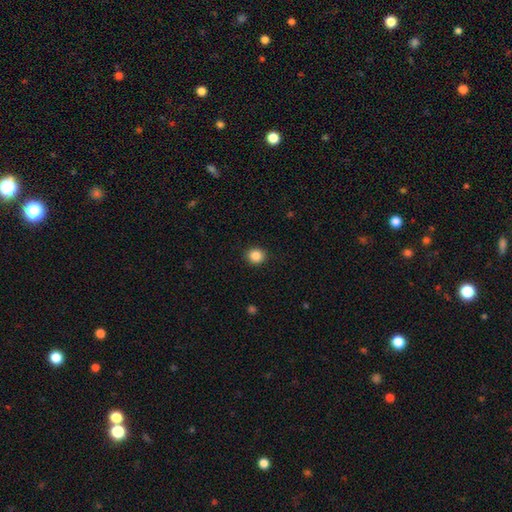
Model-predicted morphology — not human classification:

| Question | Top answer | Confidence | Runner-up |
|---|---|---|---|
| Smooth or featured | smooth | 86% | star or artifact (10%) |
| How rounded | round | 84% | in between (15%) |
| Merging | none | 92% | minor disturbance (6%) |